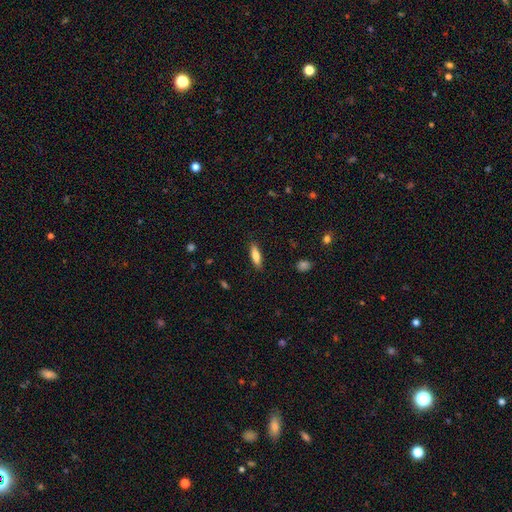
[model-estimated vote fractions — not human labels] A smooth galaxy with no disk features (79%) that is cigar-shaped (60%). Merging: none (87%).